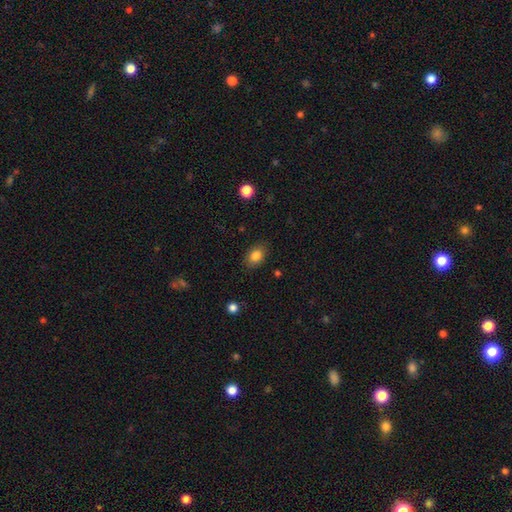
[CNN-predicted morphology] This is clearly a smooth galaxy (83%). How rounded: likely in between (72%). Merging: clearly none (84%).